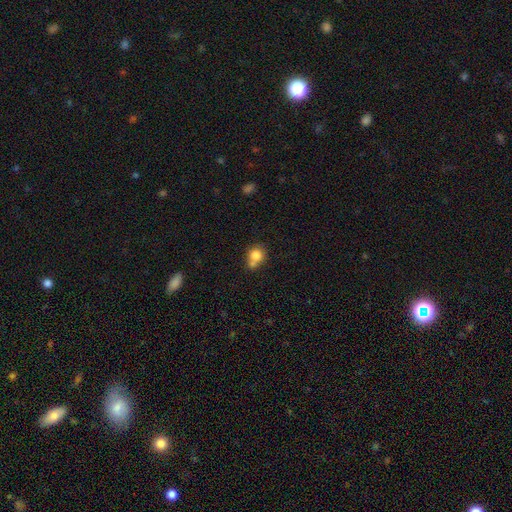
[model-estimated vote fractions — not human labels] Smooth or featured?
  - smooth: 80% *
  - star or artifact: 10%
  - featured or disk: 10%
How rounded?
  - round: 81% *
  - in between: 18%
  - cigar-shaped: 1%
Merging?
  - none: 47% *
  - merger: 37%
  - minor disturbance: 12%
  - major disturbance: 4%